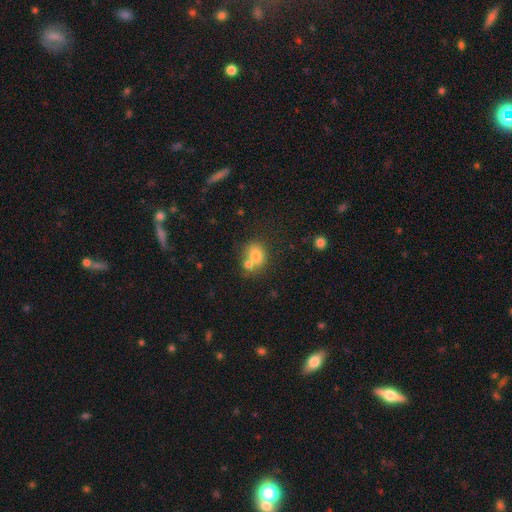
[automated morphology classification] Smooth or featured: smooth — 75% (featured or disk — 14%)
How rounded: in between — 54% (round — 45%)
Merging: merger — 48% (none — 36%)